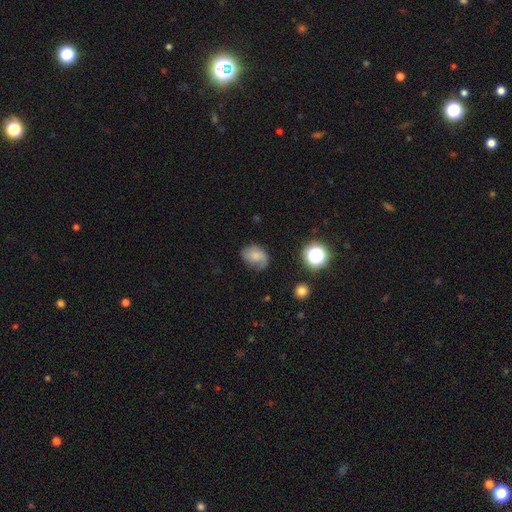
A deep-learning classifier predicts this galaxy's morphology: smooth 60%, featured or disk 28%, star or artifact 12%. Down the decision tree: how rounded — in between (61%); merging — none (58%).